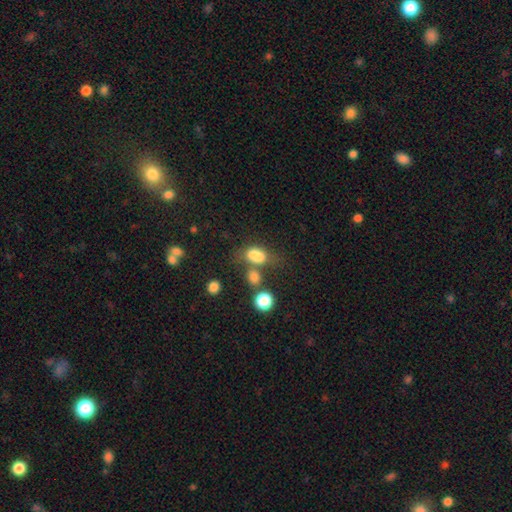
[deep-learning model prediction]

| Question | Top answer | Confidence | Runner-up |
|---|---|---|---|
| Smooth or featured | smooth | 78% | star or artifact (12%) |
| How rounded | in between | 79% | round (18%) |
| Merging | none | 36% | merger (35%) |